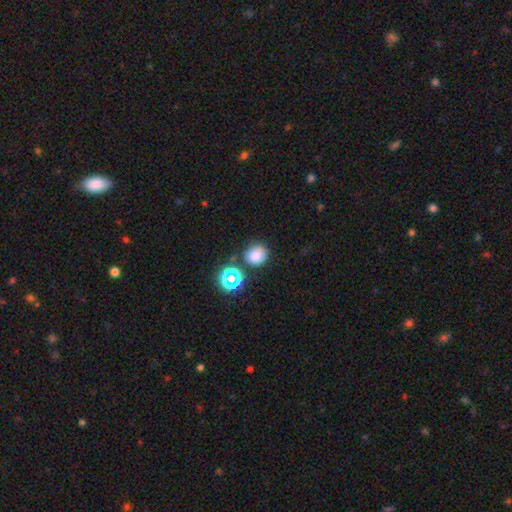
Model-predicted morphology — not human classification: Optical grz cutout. It shows a smooth galaxy with no disk features (77%) that is round (82%). Merging: none (76%).